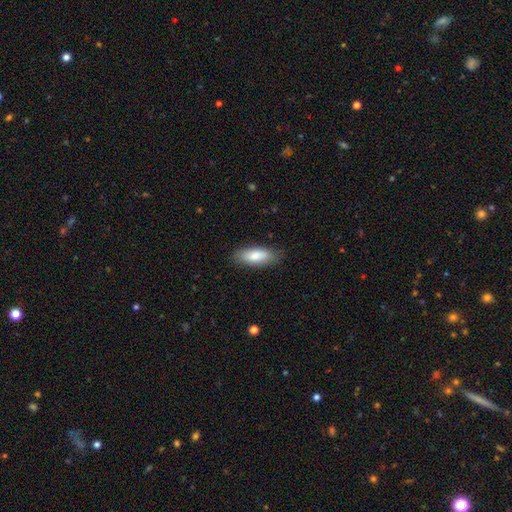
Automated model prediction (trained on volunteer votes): Morphology: type=smooth (83%); roundness=in between (71%); merging=none (84%).